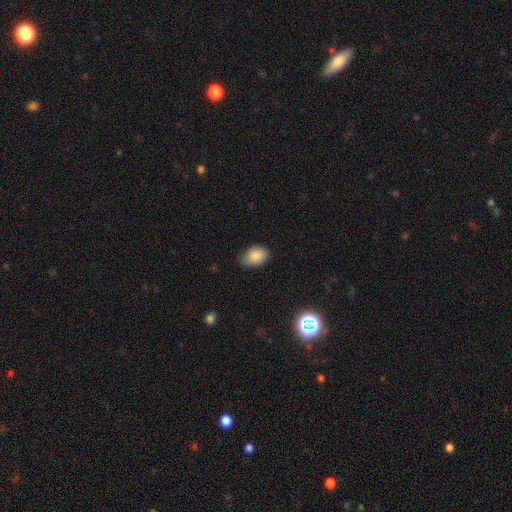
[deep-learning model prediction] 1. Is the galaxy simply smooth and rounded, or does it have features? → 87% smooth, 9% star or artifact, 5% featured or disk.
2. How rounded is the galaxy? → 81% in between, 18% round, 1% cigar-shaped.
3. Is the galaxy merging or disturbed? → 66% none, 28% minor disturbance, 4% major disturbance, 1% merger.